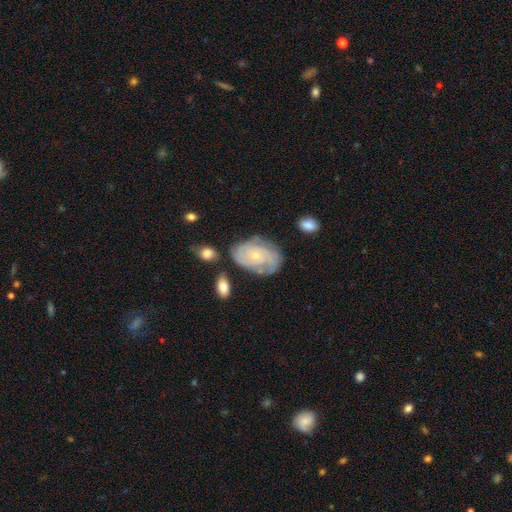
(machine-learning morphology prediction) This is likely a featured or disk galaxy (75%). It is clearly not viewed edge-on (97%). Bar: likely no (78%). Spiral arm pattern: clearly yes (90%). Spiral arm count: marginally can't tell (39%). Spiral winding: likely tight (66%). Central bulge: likely small (74%). Merging: likely none (64%).